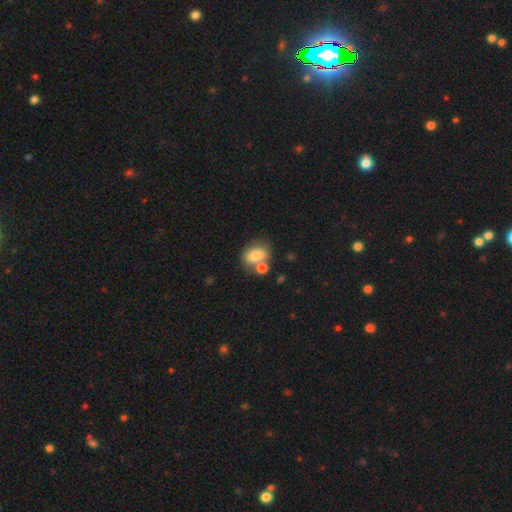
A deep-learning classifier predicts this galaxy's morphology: smooth-or-featured: smooth: 78% | featured or disk: 14% | star or artifact: 9%
  how-rounded: in between: 72% | round: 26% | cigar-shaped: 2%
  merging: none: 46% | merger: 34% | minor disturbance: 14% | major disturbance: 6%